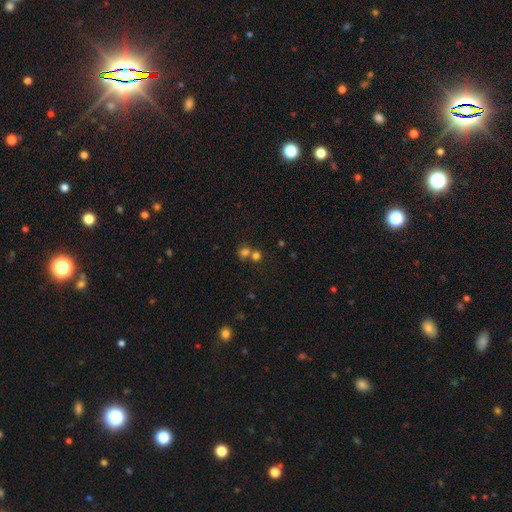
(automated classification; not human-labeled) smooth-or-featured: smooth: 73% | star or artifact: 18% | featured or disk: 9%
  how-rounded: round: 83% | in between: 16% | cigar-shaped: 1%
  merging: merger: 46% (tied) | none: 46% (tied) | minor disturbance: 6% | major disturbance: 3%